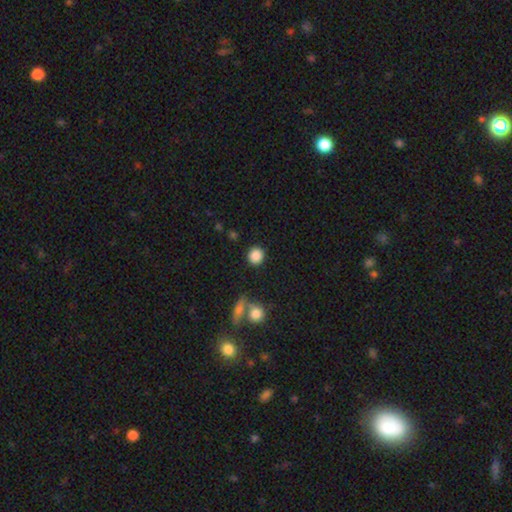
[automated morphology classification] Overall: smooth (86%). How rounded: round (88%). Merging: none (86%).